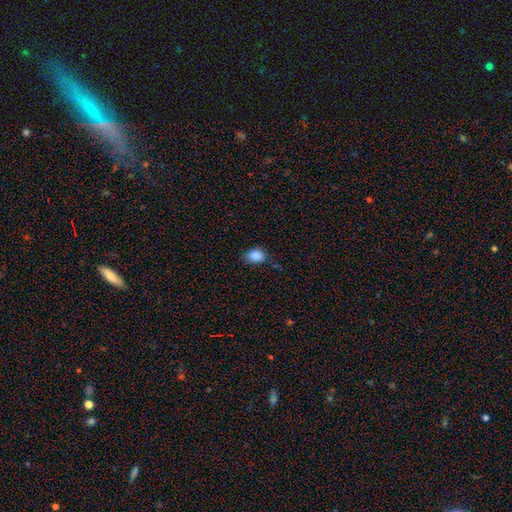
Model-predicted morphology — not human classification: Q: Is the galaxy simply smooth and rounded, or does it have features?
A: smooth — 87%.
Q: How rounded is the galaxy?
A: in between — 72%.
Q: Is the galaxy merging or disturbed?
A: none — 72%.